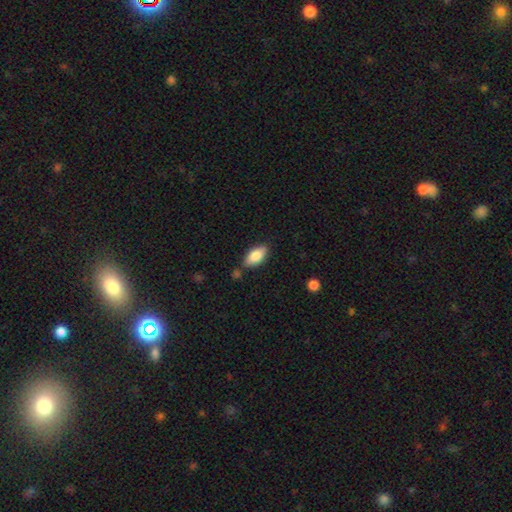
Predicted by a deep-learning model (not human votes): smooth 82%, featured or disk 12%, star or artifact 7%. Down the decision tree: how rounded — in between (89%); merging — none (78%).